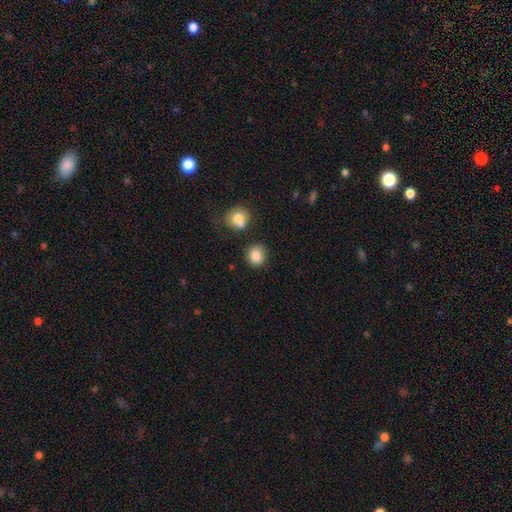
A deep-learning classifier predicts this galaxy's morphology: Smooth or featured? Predicted: smooth (p=0.86). How rounded? Predicted: round (p=0.84). Merging? Predicted: none (p=0.78).